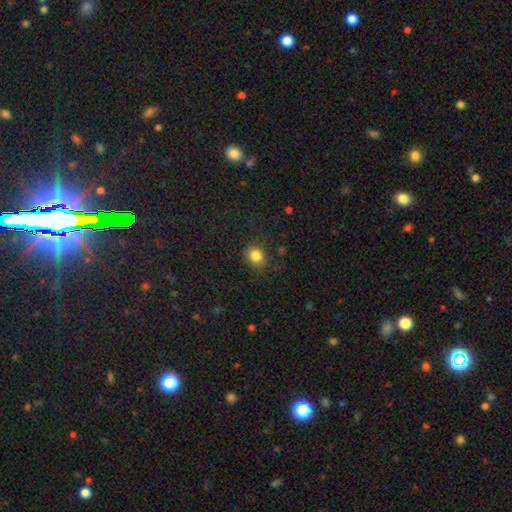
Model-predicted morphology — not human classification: type=smooth (84%); roundness=round (73%); merging=none (85%).